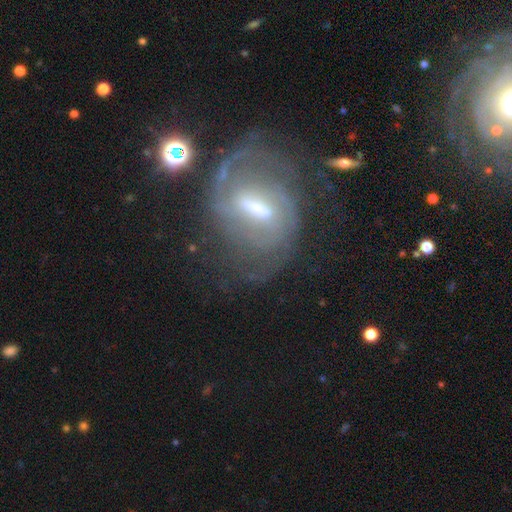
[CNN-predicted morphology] Smooth or featured: featured or disk — 82% (smooth — 9%)
Edge-on disk: no — 95% (yes — 5%)
Bar: strong — 46% (weak — 44%)
Spiral arms: yes — 91% (no — 9%)
Spiral winding: tight — 43% (medium — 42%)
Spiral arm count: 2 — 52% (can't tell — 27%)
Bulge size: moderate — 50% (small — 32%)
Merging: none — 63% (minor disturbance — 18%)